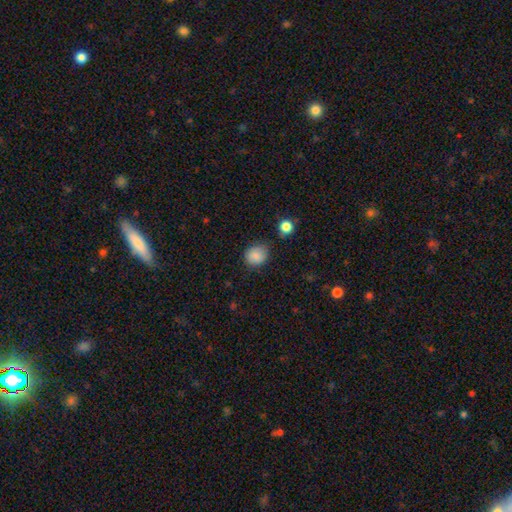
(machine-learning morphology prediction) A smooth galaxy with no disk features (85%) that is round (73%). Merging: none (74%).